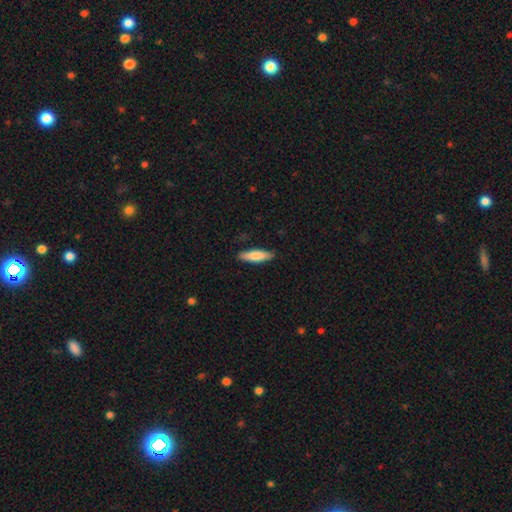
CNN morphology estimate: This appears to be a smooth galaxy with no disk features (80%) that is cigar-shaped (69%). Merging: none (87%).